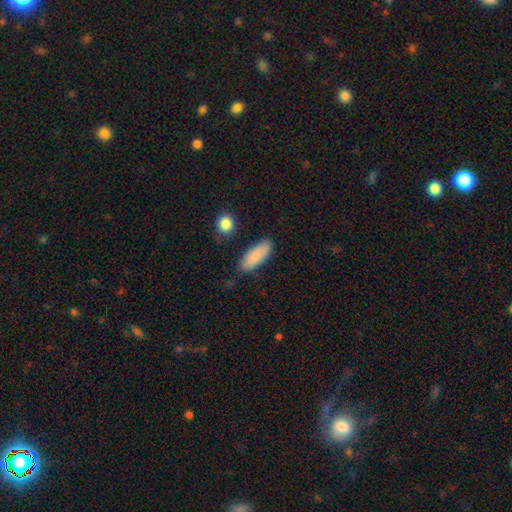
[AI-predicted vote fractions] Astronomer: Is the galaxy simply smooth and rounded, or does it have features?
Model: smooth — 87%.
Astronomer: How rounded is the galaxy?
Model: in between — 72%.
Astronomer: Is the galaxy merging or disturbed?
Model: none — 78%.